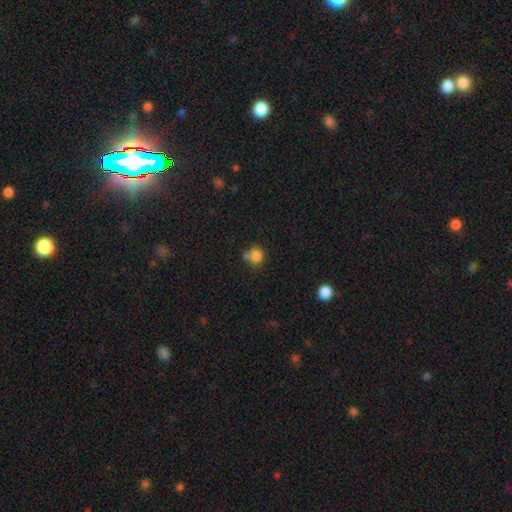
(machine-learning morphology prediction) smooth 82%, star or artifact 11%, featured or disk 7%. Down the decision tree: how rounded — round (82%); merging — none (55%).